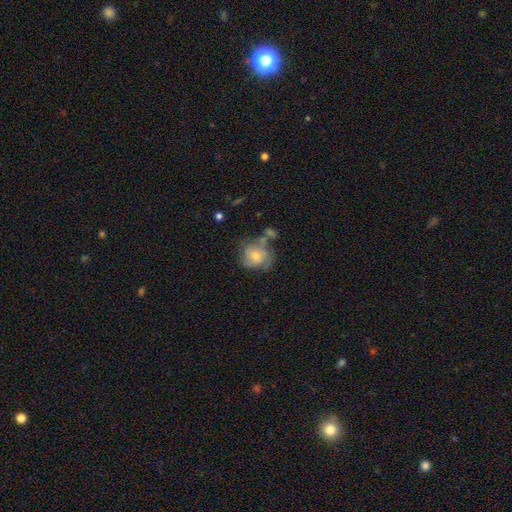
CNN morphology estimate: This appears to be a smooth galaxy with no disk features (47%). Merging: none (46%).